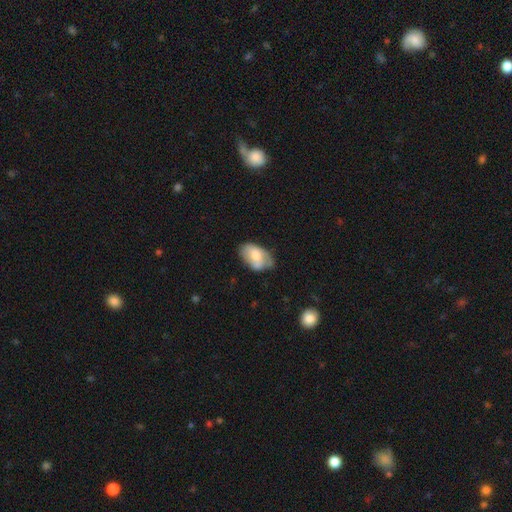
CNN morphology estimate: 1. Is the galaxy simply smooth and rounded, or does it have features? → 61% smooth, 32% featured or disk, 7% star or artifact.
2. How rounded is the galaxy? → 92% in between, 6% round, 2% cigar-shaped.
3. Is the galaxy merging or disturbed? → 47% none, 38% minor disturbance, 12% major disturbance, 3% merger.